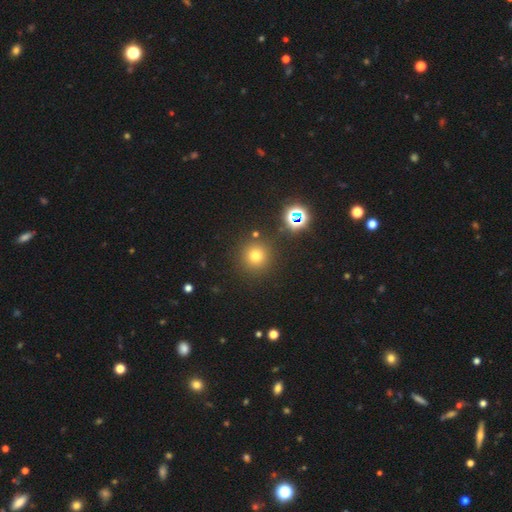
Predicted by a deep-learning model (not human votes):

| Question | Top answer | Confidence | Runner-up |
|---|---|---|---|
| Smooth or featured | smooth | 72% | star or artifact (21%) |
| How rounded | round | 94% | in between (5%) |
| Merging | none | 85% | minor disturbance (7%) |